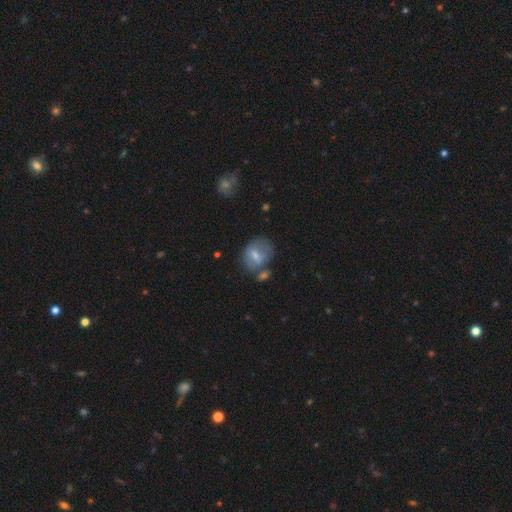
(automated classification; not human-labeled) Smooth or featured? Predicted: smooth (p=0.62). How rounded? Predicted: in between (p=0.62). Merging? Predicted: none (p=0.47).